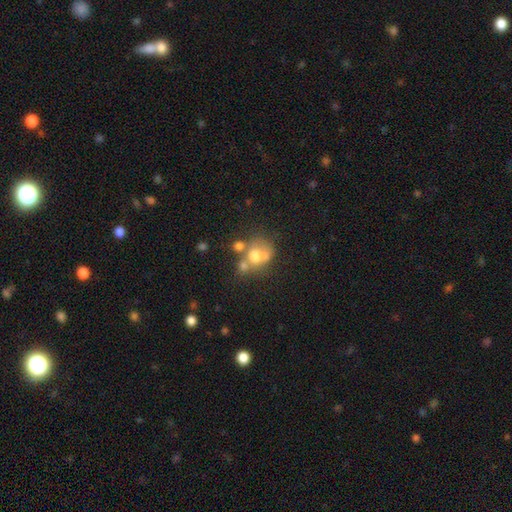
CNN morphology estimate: A smooth galaxy with no disk features (58%) that is round (62%).

Vote fractions:
- Smooth or featured? smooth: 58% / featured or disk: 29% / star or artifact: 13%
- How rounded? round: 62% / in between: 37% / cigar-shaped: 1%
- Merging? merger: 48% / none: 29% / minor disturbance: 12% / major disturbance: 11%